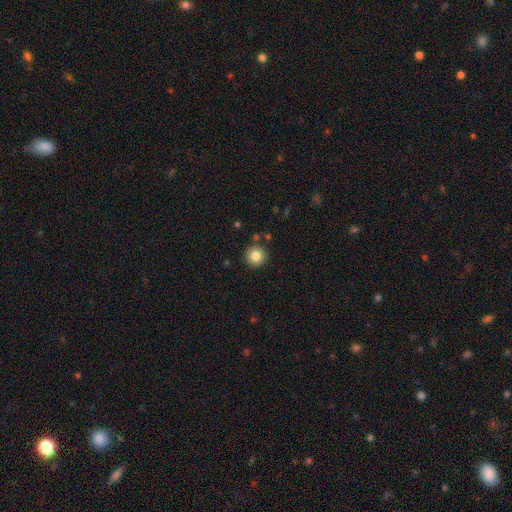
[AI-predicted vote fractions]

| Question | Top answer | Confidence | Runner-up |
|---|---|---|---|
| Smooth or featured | smooth | 83% | star or artifact (10%) |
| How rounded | round | 95% | in between (4%) |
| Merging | none | 89% | minor disturbance (6%) |